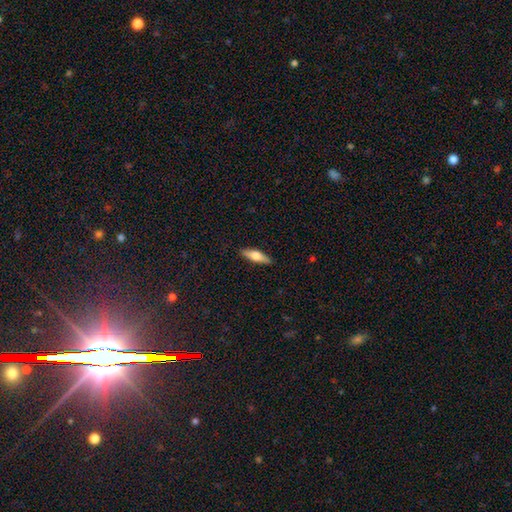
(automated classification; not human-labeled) Morphology: type=smooth (61%); roundness=cigar-shaped (55%); merging=none (89%).